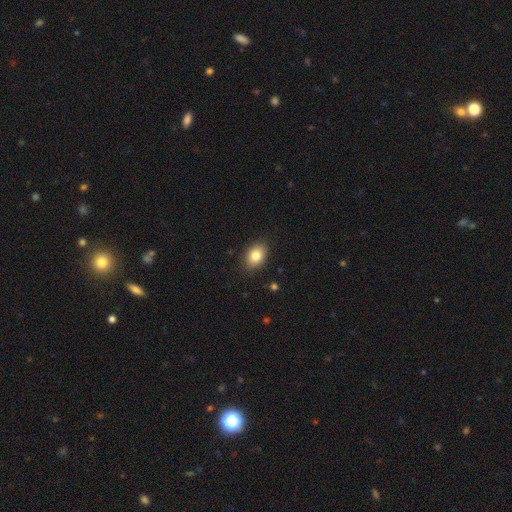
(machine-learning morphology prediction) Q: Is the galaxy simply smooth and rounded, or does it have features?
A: smooth — 84%.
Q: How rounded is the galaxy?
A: in between — 76%.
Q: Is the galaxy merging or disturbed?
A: none — 87%.